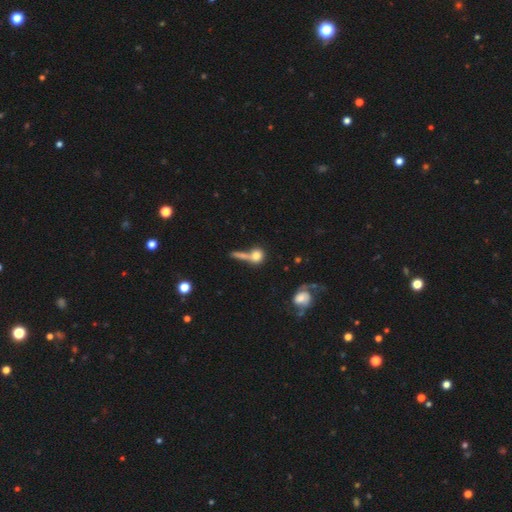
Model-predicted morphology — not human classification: Smooth or featured: smooth — 69% (featured or disk — 20%)
How rounded: round — 70% (in between — 20%)
Merging: merger — 43% (none — 36%)